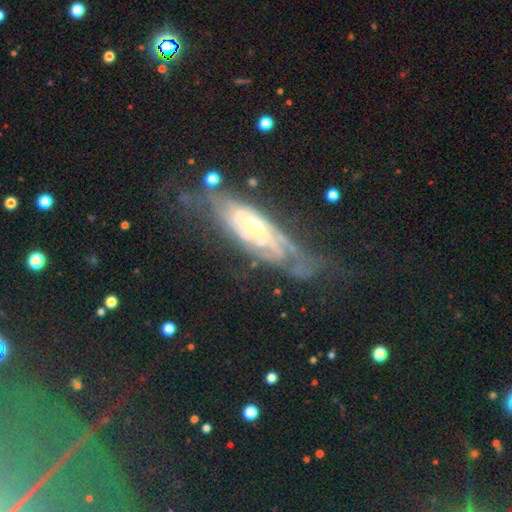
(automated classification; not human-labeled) Smooth or featured? Predicted: featured or disk (p=0.74). Edge-on disk? Predicted: no (p=0.69). Bar? Predicted: no (p=0.60). Spiral arms? Predicted: yes (p=0.84). Bulge size? Predicted: moderate (p=0.46). Merging? Predicted: none (p=0.62).